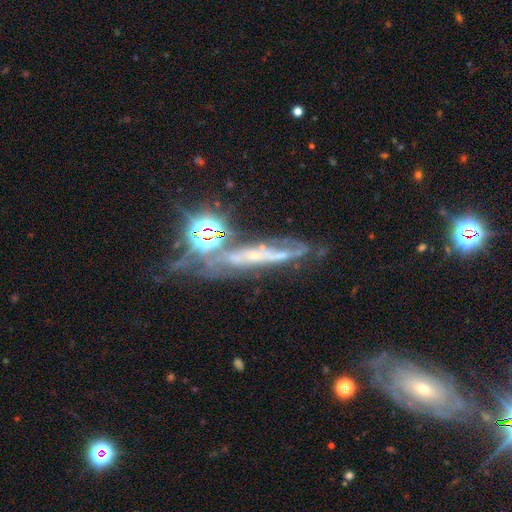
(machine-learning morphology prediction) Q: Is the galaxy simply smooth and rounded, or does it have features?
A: featured or disk — 60%.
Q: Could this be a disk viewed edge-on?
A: yes — 58%.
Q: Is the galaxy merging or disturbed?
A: none — 49%.